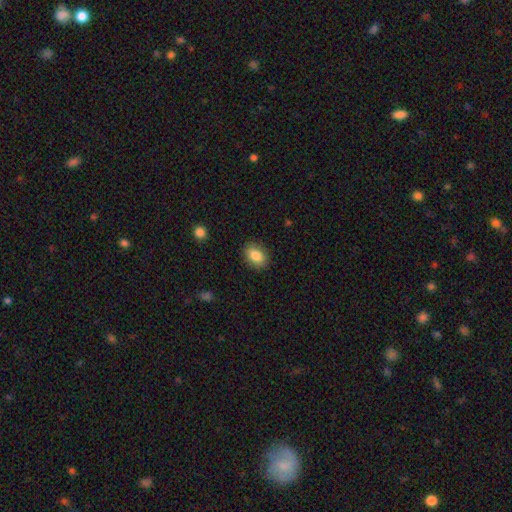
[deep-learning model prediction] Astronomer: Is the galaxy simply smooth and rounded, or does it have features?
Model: smooth — 84%.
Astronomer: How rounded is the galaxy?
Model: in between — 75%.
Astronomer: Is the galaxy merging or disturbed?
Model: none — 87%.